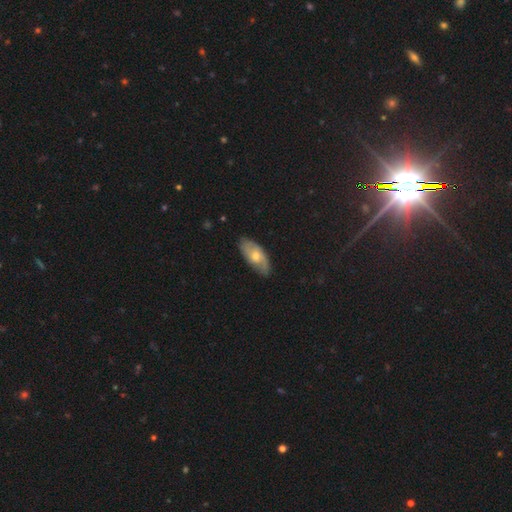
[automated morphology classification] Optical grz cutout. It shows a smooth galaxy with no disk features (52%) that is in between round and cigar-shaped (88%). Merging: none (78%).